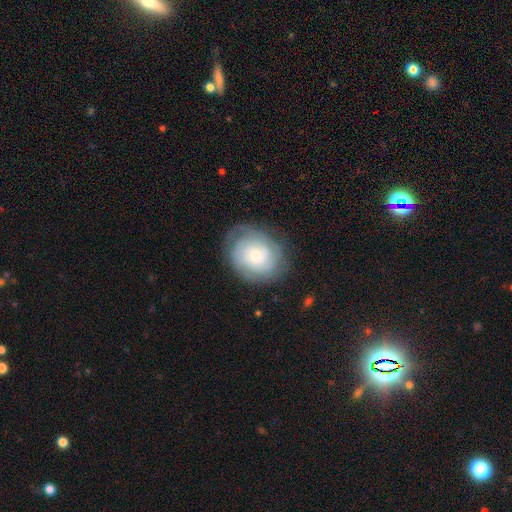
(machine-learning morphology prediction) Q: Smooth or featured?
A: featured or disk (67%); runner-up: smooth (27%)
Q: Edge-on disk?
A: no (97%); runner-up: yes (3%)
Q: Bar?
A: no (76%); runner-up: weak (21%)
Q: Spiral arms?
A: yes (87%); runner-up: no (13%)
Q: Spiral winding?
A: tight (72%); runner-up: medium (21%)
Q: Spiral arm count?
A: can't tell (47%); runner-up: 2 (22%)
Q: Bulge size?
A: moderate (51%); runner-up: small (41%)
Q: Merging?
A: none (75%); runner-up: minor disturbance (17%)